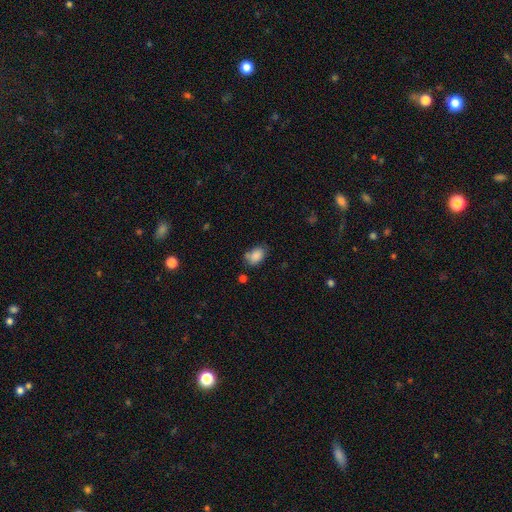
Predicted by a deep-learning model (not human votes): Overall: smooth (85%). How rounded: in between (82%). Merging: none (60%; minor disturbance 23%).